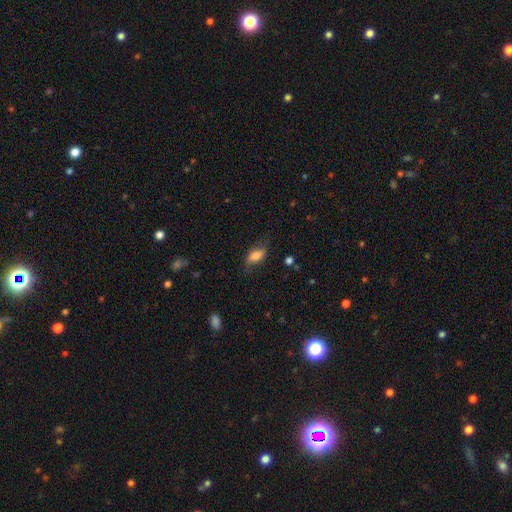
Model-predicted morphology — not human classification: Smooth or featured?
  - smooth: 65% *
  - featured or disk: 27%
  - star or artifact: 8%
How rounded?
  - in between: 81% *
  - cigar-shaped: 14%
  - round: 5%
Merging?
  - none: 62% *
  - minor disturbance: 26%
  - major disturbance: 11%
  - merger: 2%